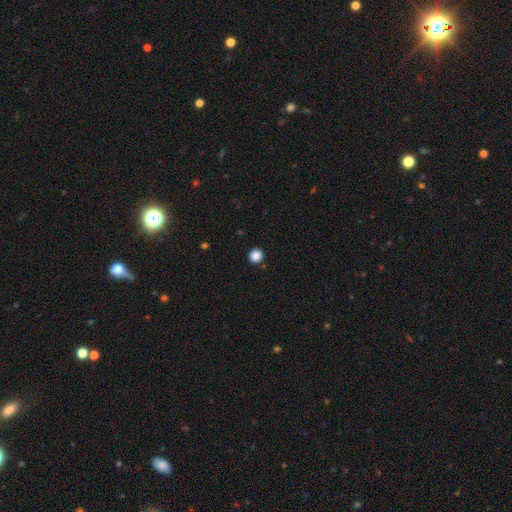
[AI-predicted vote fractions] Smooth or featured: smooth — 87% (star or artifact — 10%)
How rounded: round — 92% (in between — 7%)
Merging: none — 92% (minor disturbance — 5%)